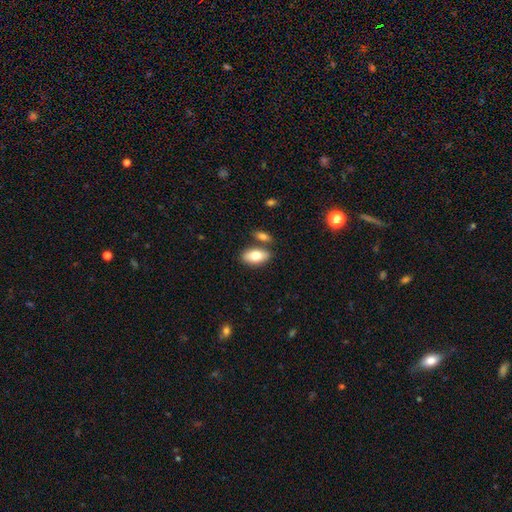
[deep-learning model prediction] Smooth or featured? Predicted: smooth (p=0.78). How rounded? Predicted: in between (p=0.92). Merging? Predicted: none (p=0.72).